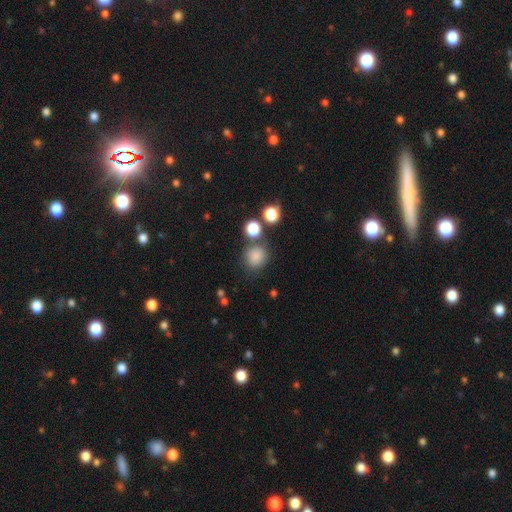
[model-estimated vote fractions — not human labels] Morphology: type=smooth (83%); roundness=round (81%); merging=none (72%).